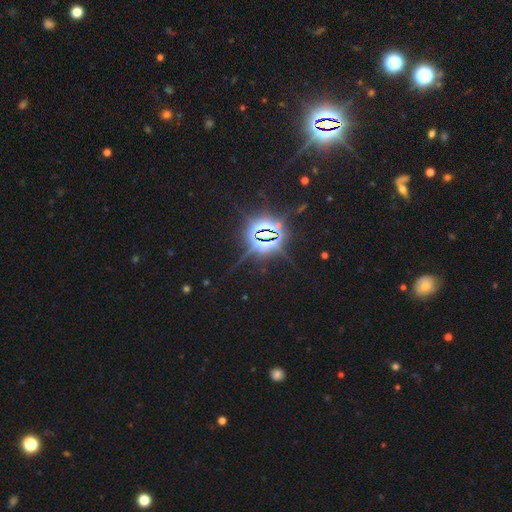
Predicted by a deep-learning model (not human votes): Smooth or featured? Predicted: star or artifact (p=0.84).